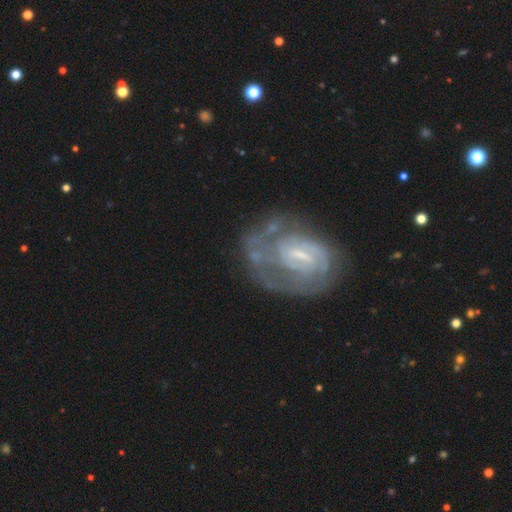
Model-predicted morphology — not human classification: smooth_or_featured: featured or disk (p=0.79) [alt: smooth p=0.13]
disk_edge_on: no (p=0.97) [alt: yes p=0.03]
bar: weak (p=0.53) [alt: no p=0.30]
has_spiral_arms: yes (p=0.81) [alt: no p=0.19]
spiral_winding: tight (p=0.56) [alt: medium p=0.32]
spiral_arm_count: can't tell (p=0.42) [alt: 2 p=0.29]
bulge_size: small (p=0.53) [alt: moderate p=0.22]
merging: none (p=0.49) [alt: major disturbance p=0.24]